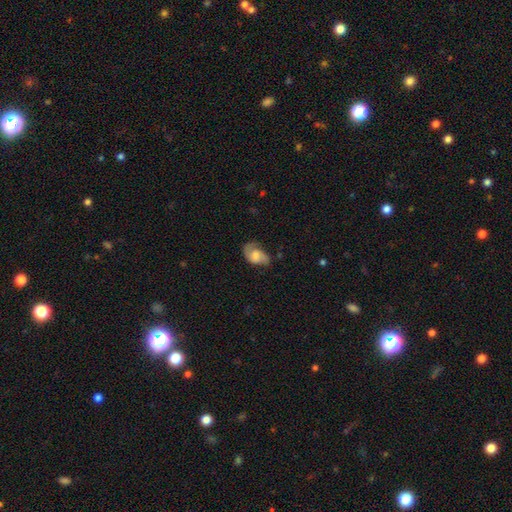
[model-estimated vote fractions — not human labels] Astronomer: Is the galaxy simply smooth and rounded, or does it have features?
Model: featured or disk — 50% (runner-up: smooth, 42%).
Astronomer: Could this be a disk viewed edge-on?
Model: no — 96%.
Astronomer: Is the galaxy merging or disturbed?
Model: none — 47% (runner-up: minor disturbance, 32%).